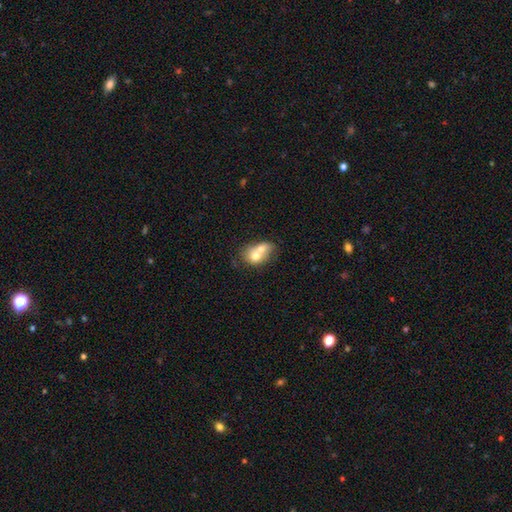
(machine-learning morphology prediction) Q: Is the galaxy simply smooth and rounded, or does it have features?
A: smooth — 64%.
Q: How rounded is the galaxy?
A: in between — 51%.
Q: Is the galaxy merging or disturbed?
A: merger — 70%.